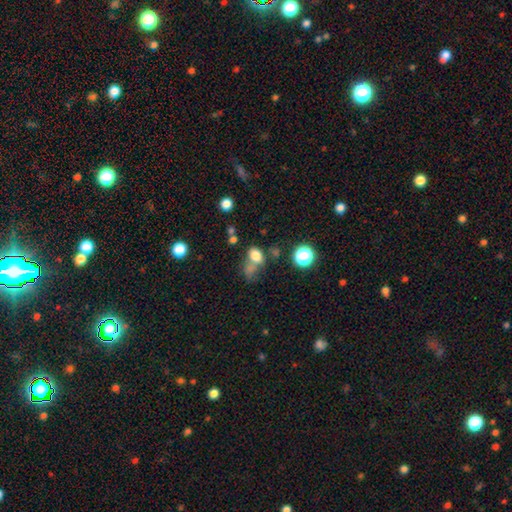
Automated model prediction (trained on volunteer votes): Smooth or featured? smooth (75%)
How rounded? in between (65%)
Merging? none (38%)